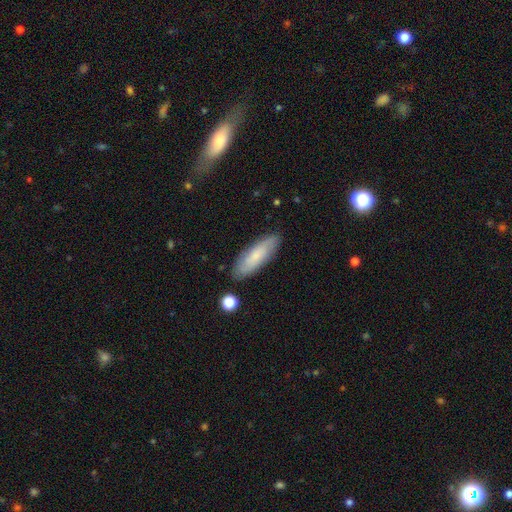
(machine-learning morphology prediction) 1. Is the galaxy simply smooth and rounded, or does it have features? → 66% smooth, 27% featured or disk, 7% star or artifact.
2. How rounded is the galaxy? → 53% in between, 45% cigar-shaped, 2% round.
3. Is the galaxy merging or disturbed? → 84% none, 11% minor disturbance, 2% major disturbance, 2% merger.